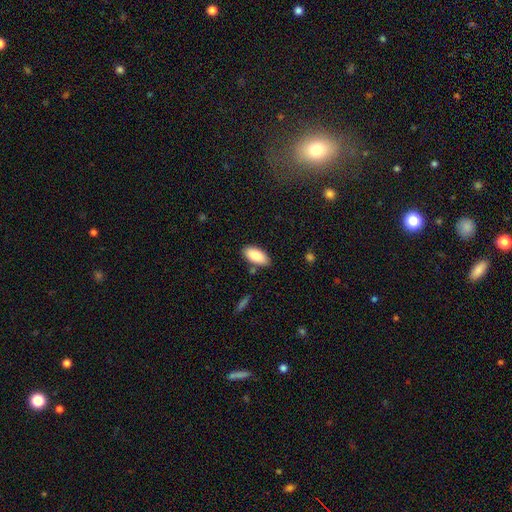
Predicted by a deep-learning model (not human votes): A smooth galaxy with no disk features (87%) that is in between round and cigar-shaped (92%).

Vote fractions:
- Smooth or featured? smooth: 87% / featured or disk: 6% / star or artifact: 6%
- How rounded? in between: 92% / cigar-shaped: 7% / round: 2%
- Merging? none: 82% / minor disturbance: 12% / merger: 3% / major disturbance: 3%